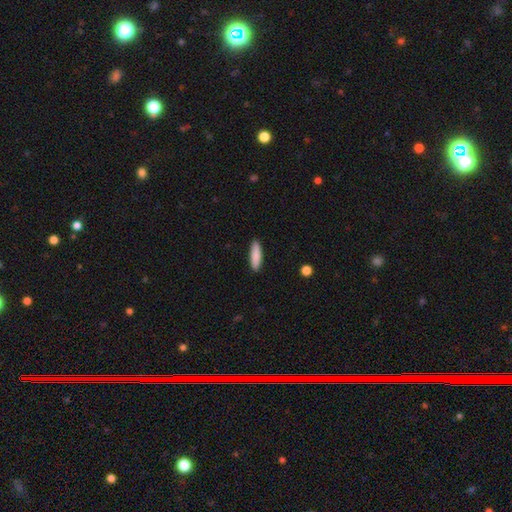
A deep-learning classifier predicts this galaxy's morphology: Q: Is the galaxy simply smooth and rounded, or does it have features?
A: smooth — 87%.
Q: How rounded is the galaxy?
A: cigar-shaped — 63%.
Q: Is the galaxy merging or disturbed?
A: none — 90%.